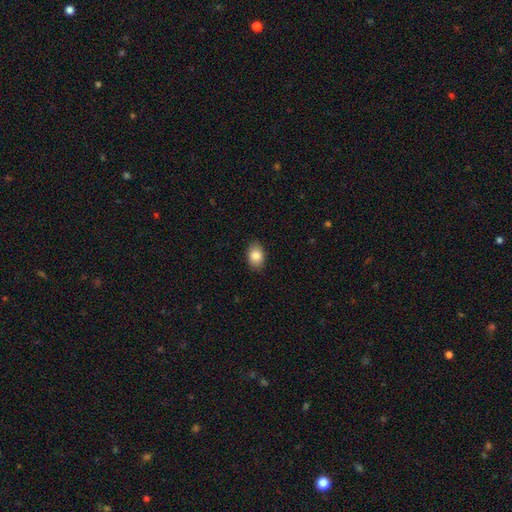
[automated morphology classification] type=smooth (85%); roundness=in between (80%); merging=none (88%).